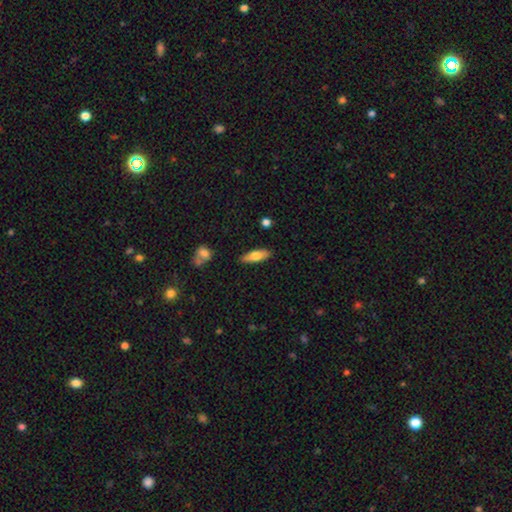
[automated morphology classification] Smooth or featured: smooth — 69% (featured or disk — 25%)
How rounded: in between — 58% (cigar-shaped — 39%)
Merging: none — 86% (minor disturbance — 10%)